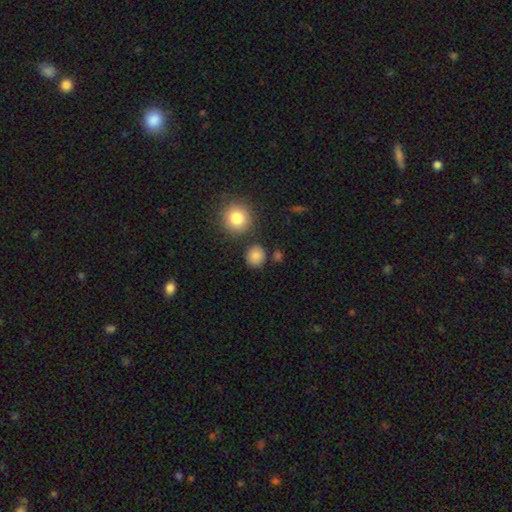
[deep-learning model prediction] The model was most divided on "smooth or featured": smooth: 84%, star or artifact: 11%, featured or disk: 5%. More confident: how rounded — round (86%); merging — none (83%).